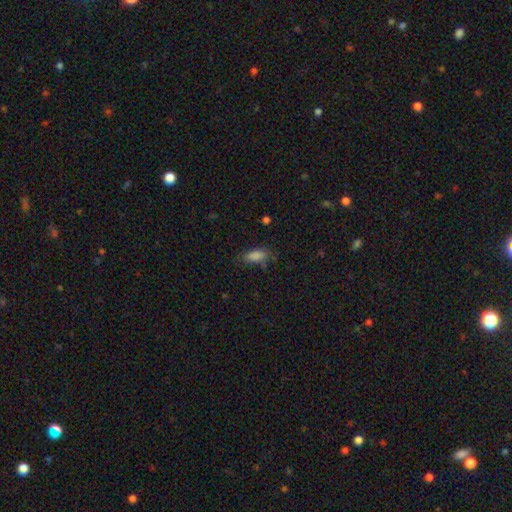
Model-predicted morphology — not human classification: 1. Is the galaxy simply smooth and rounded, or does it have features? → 83% smooth, 10% star or artifact, 7% featured or disk.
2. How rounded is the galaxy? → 74% in between, 24% cigar-shaped, 3% round.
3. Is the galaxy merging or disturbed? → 69% none, 21% minor disturbance, 7% major disturbance, 3% merger.